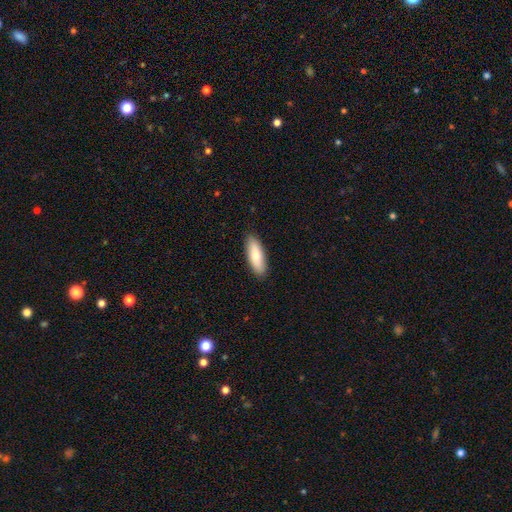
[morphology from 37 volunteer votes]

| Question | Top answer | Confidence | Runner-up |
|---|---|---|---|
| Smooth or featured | smooth | 86% | star or artifact (11%) |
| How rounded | cigar-shaped | 53% | in between (47%) |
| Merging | none | 94% | minor disturbance (6%) |